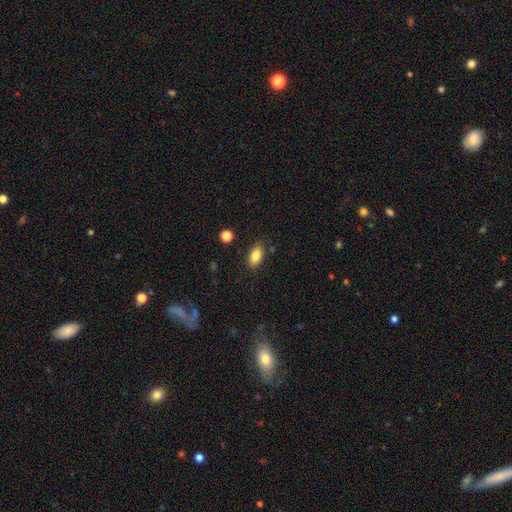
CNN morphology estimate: smooth 83%, featured or disk 8%, star or artifact 8%. Down the decision tree: how rounded — in between (90%); merging — none (84%).